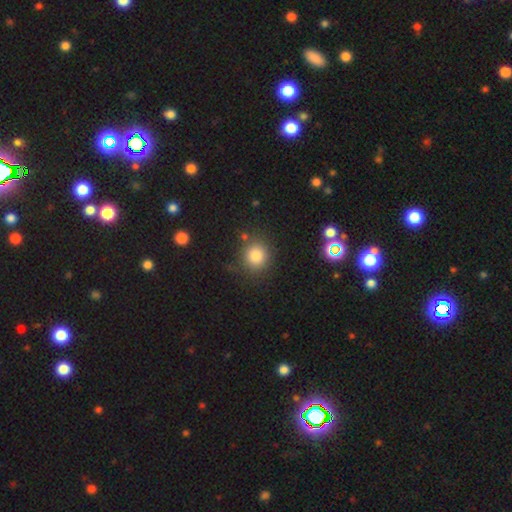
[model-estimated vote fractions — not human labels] smooth_or_featured: smooth (p=0.81) [alt: star or artifact p=0.12]
how_rounded: round (p=0.87) [alt: in between p=0.12]
merging: none (p=0.81) [alt: minor disturbance p=0.11]